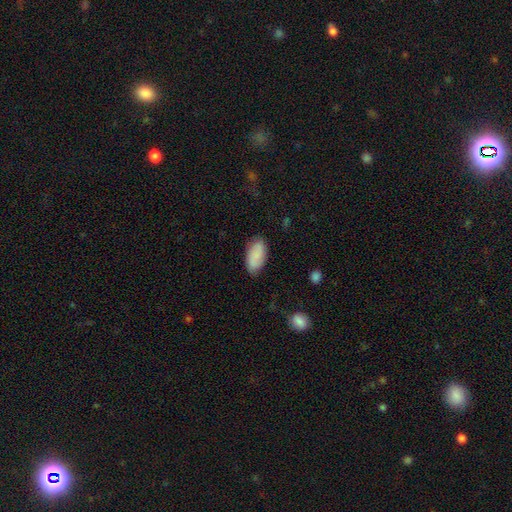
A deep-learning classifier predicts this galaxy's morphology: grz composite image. It shows a smooth galaxy with no disk features (84%) that is in between round and cigar-shaped (93%). Merging: none (82%).